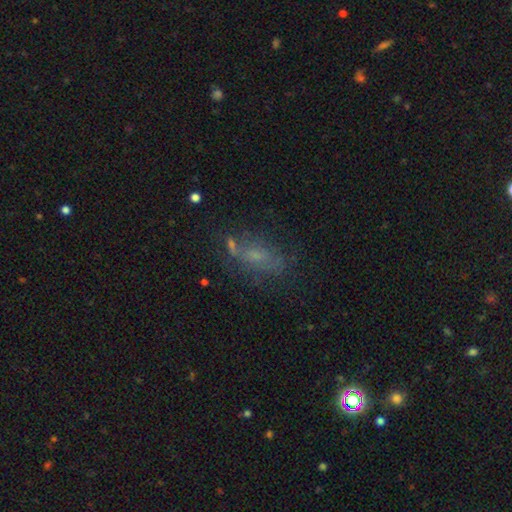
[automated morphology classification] A smooth galaxy with no disk features (41%). Merging: none (51%).